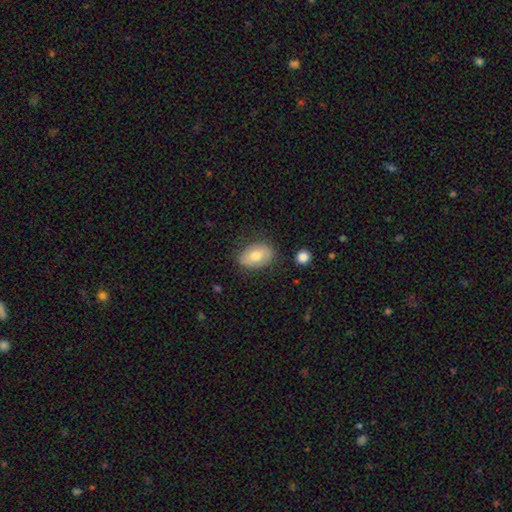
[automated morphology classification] Smooth or featured? smooth (70%)
How rounded? in between (86%)
Merging? none (79%)